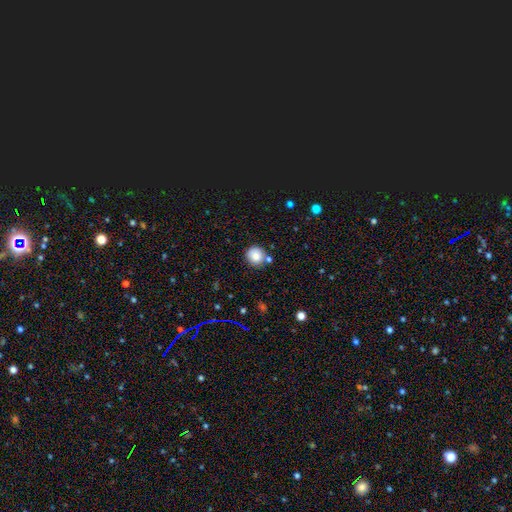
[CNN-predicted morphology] A smooth galaxy with no disk features (83%) that is round (92%). Merging: none (77%).